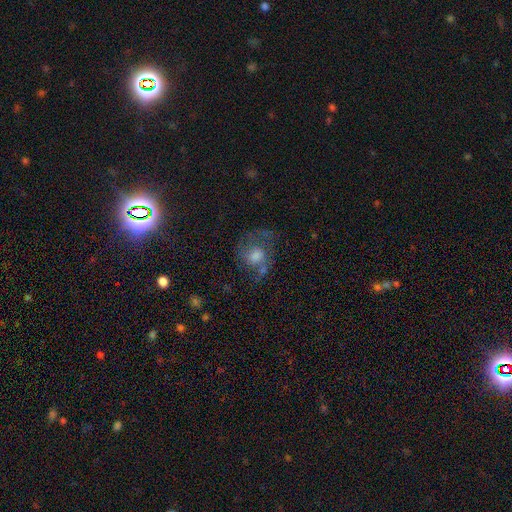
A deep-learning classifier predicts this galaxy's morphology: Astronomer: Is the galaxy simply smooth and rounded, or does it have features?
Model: featured or disk — 54% (runner-up: smooth, 31%).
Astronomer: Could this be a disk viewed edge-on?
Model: no — 97%.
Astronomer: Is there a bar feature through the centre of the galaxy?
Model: no — 70%.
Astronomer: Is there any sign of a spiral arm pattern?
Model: yes — 78%.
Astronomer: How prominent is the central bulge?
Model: moderate — 50%.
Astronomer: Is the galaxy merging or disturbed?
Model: none — 51%.